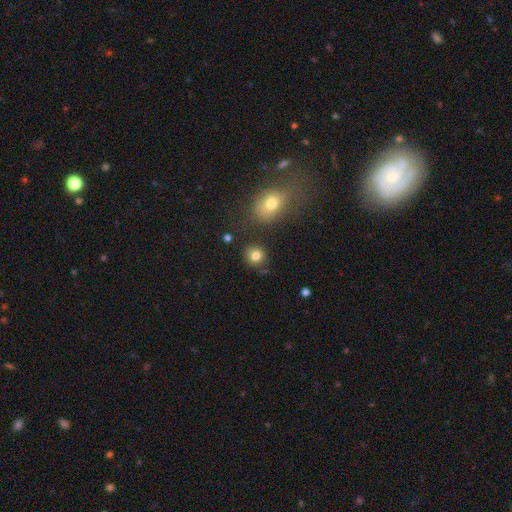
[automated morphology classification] Overall: smooth (82%). How rounded: round (82%). Merging: none (79%).